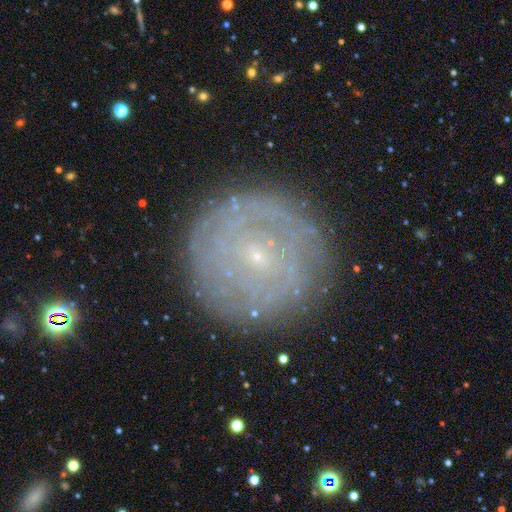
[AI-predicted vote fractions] featured or disk 64%, smooth 25%, star or artifact 11%. Down the decision tree: edge-on disk — no (96%); bar — no (65%); spiral arms — yes (73%); bulge size — small (87%); merging — none (85%).